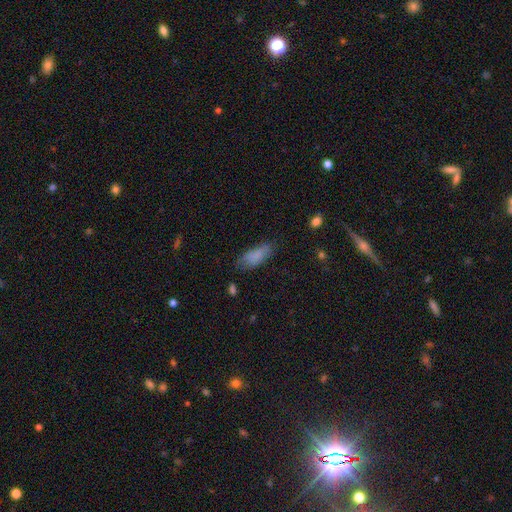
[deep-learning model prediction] This is clearly a smooth galaxy (83%). How rounded: likely in between (75%). Merging: likely none (69%).